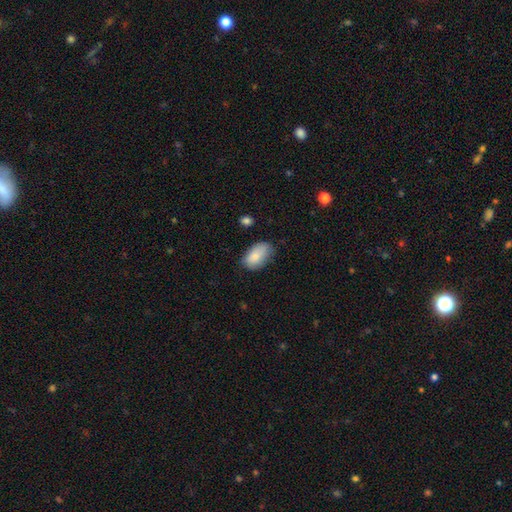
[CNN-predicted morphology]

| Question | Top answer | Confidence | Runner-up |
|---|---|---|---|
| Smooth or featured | smooth | 83% | featured or disk (10%) |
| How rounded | in between | 93% | round (5%) |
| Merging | none | 63% | minor disturbance (29%) |